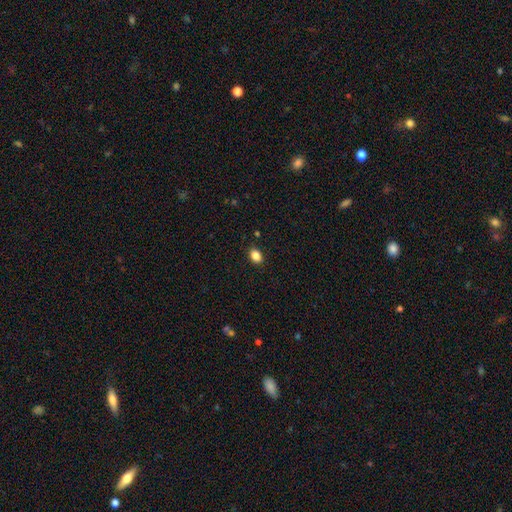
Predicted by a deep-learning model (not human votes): A smooth galaxy with no disk features (86%) that is in between round and cigar-shaped (74%). Merging: none (87%).